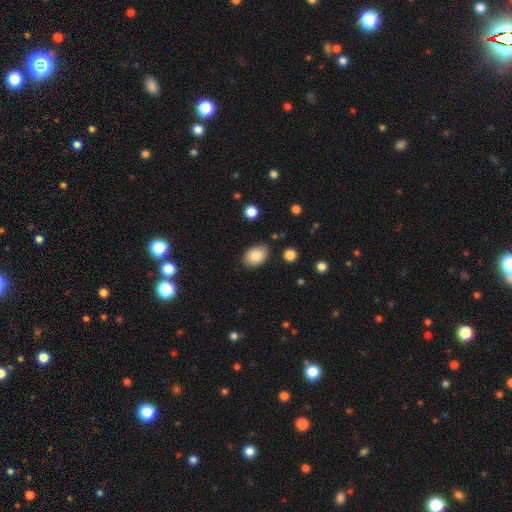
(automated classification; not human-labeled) Q: Smooth or featured?
A: smooth (86%); runner-up: star or artifact (7%)
Q: How rounded?
A: in between (85%); runner-up: round (14%)
Q: Merging?
A: none (81%); runner-up: minor disturbance (13%)